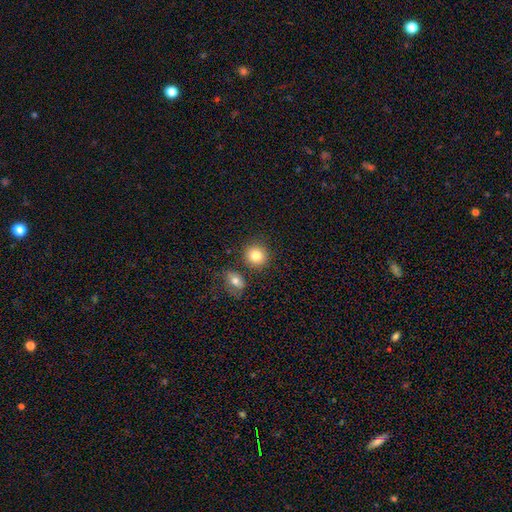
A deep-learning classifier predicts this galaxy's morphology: Smooth or featured: smooth — 83% (star or artifact — 10%)
How rounded: round — 85% (in between — 14%)
Merging: none — 78% (merger — 10%)